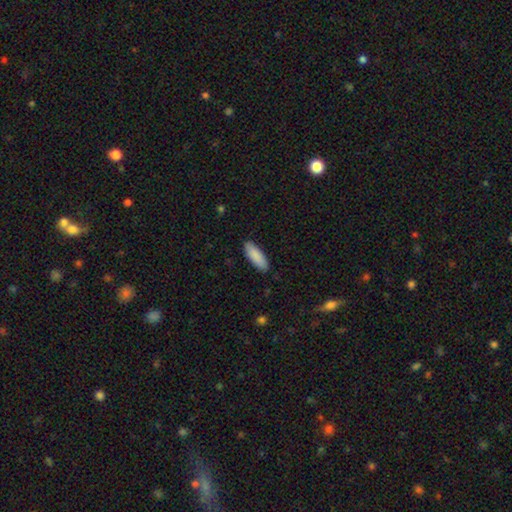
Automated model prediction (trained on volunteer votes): Overall: smooth (89%). How rounded: in between (65%; cigar-shaped 33%). Merging: none (87%).